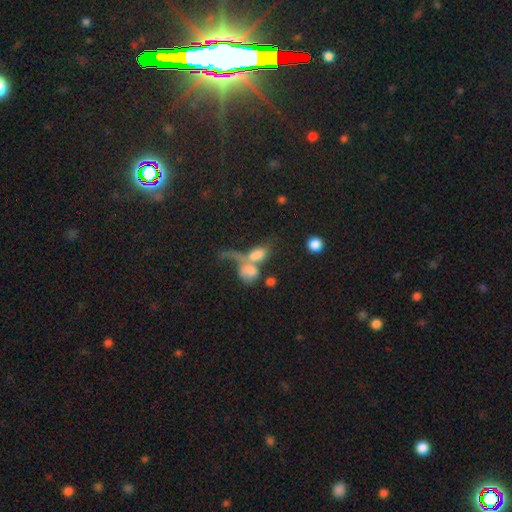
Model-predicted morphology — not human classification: smooth_or_featured: smooth (p=0.68) [alt: featured or disk p=0.22]
how_rounded: in between (p=0.77) [alt: round p=0.17]
merging: merger (p=0.63) [alt: none p=0.15]